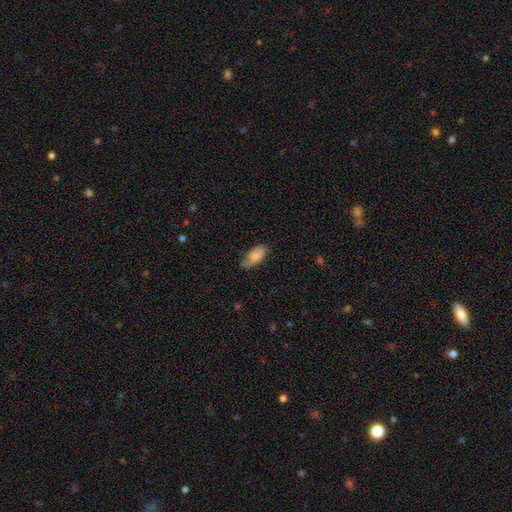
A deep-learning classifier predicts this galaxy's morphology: Smooth or featured? Predicted: smooth (p=0.83). How rounded? Predicted: in between (p=0.88). Merging? Predicted: none (p=0.64).